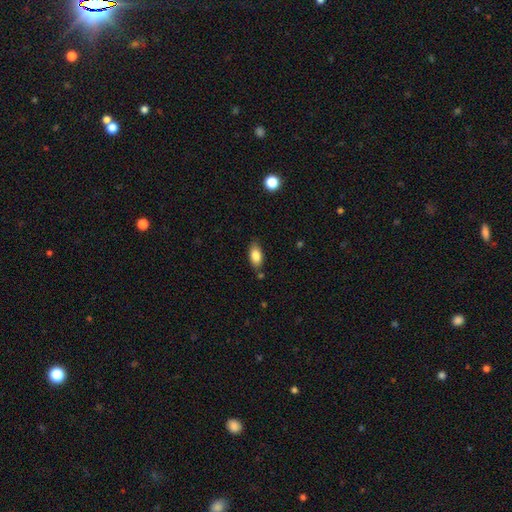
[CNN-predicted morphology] This appears to be a smooth galaxy with no disk features (85%) that is in between round and cigar-shaped (89%). Merging: none (77%).